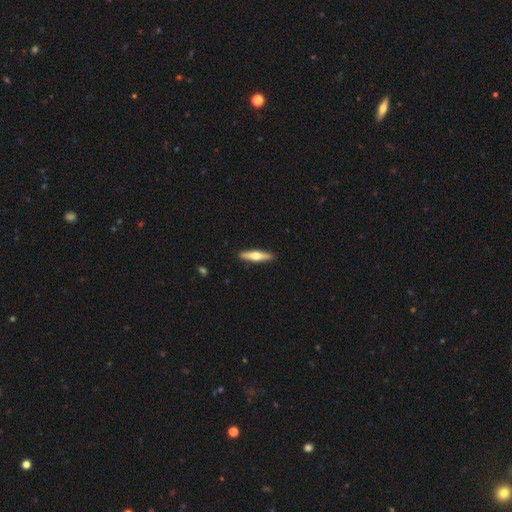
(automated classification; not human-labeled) Smooth or featured? featured or disk (55%)
Edge-on disk? yes (95%)
Edge-on bulge? rounded (94%)
Merging? none (91%)